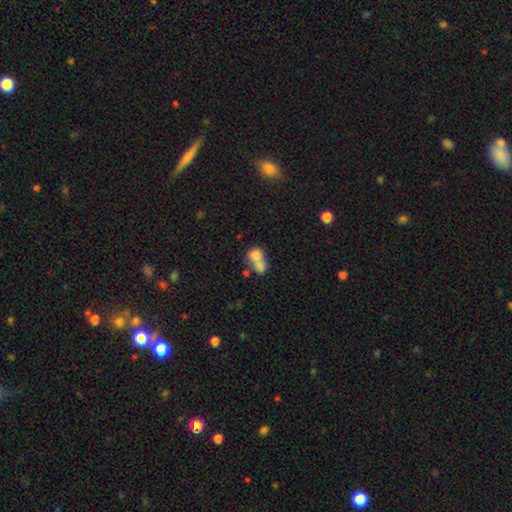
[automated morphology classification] This appears to be a smooth galaxy with no disk features (72%) that is round (53%). Merging: merger (70%).